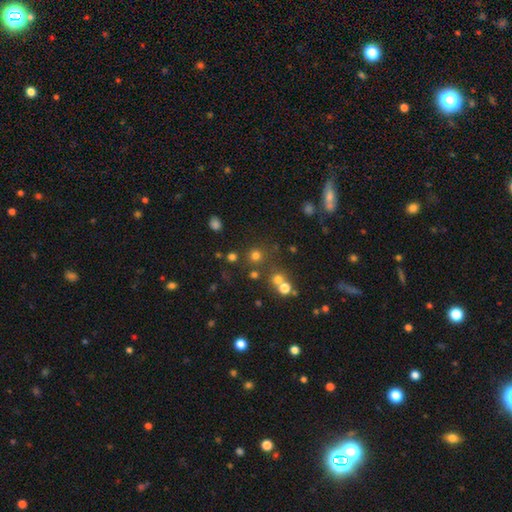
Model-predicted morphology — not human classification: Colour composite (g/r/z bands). It shows a smooth galaxy with no disk features (70%) that is round (93%). Merging: none (75%).